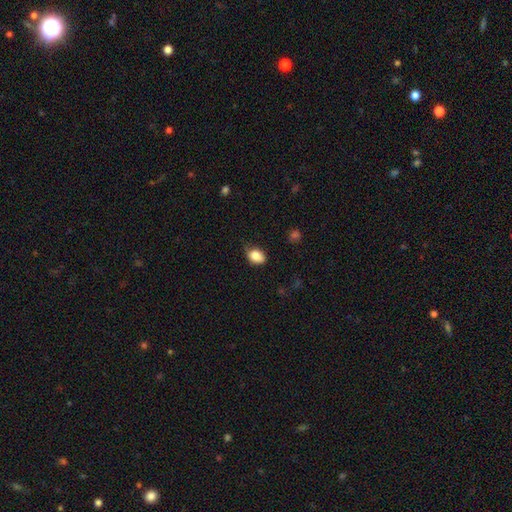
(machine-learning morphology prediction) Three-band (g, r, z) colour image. It shows a smooth galaxy with no disk features (85%) that is in between round and cigar-shaped (73%). Merging: none (65%).